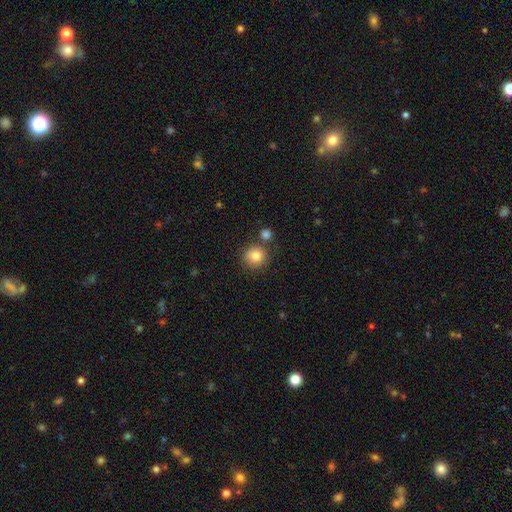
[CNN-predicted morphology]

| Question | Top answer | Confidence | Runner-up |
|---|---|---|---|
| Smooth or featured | smooth | 83% | star or artifact (10%) |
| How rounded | round | 90% | in between (9%) |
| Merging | none | 75% | merger (12%) |